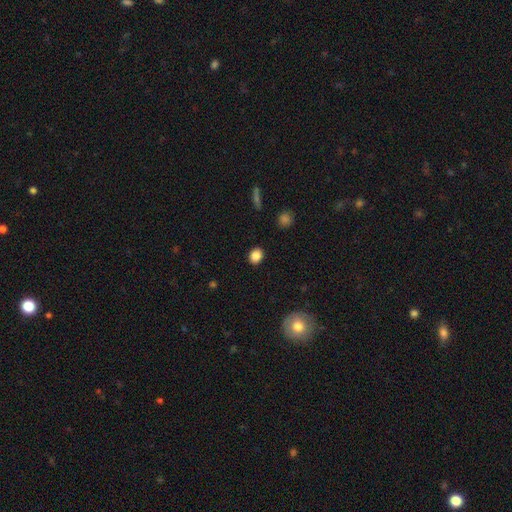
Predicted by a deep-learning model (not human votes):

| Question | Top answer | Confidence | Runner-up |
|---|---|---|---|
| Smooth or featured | smooth | 86% | star or artifact (9%) |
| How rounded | round | 53% | in between (46%) |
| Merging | none | 90% | minor disturbance (7%) |